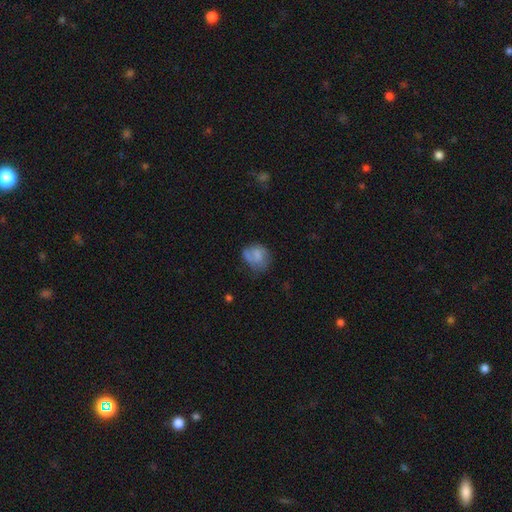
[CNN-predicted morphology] smooth 65%, featured or disk 26%, star or artifact 9%. Down the decision tree: how rounded — round (55%); merging — none (43%).